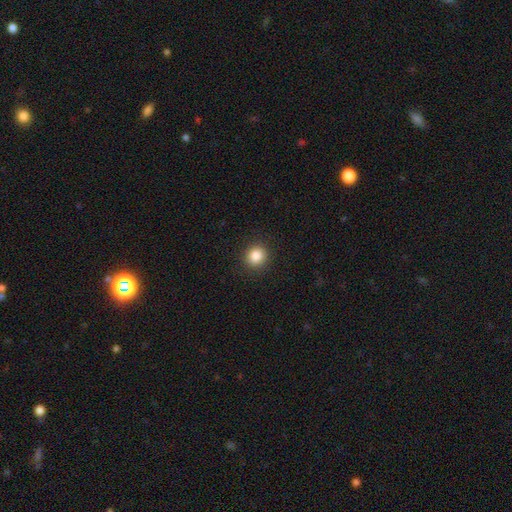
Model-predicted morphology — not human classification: This is clearly a smooth galaxy (86%). How rounded: clearly round (89%). Merging: clearly none (91%).